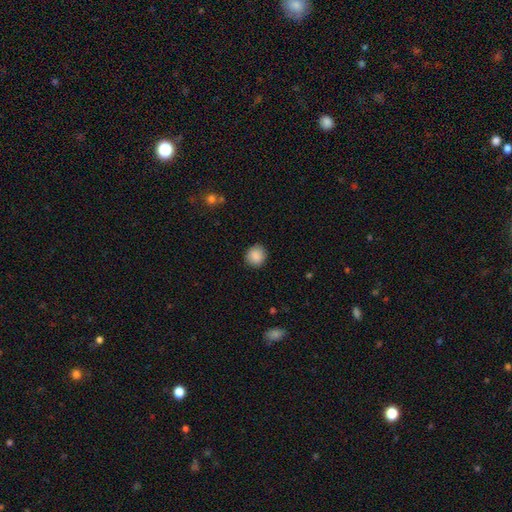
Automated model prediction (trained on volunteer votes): Smooth or featured? Predicted: smooth (p=0.88). How rounded? Predicted: round (p=0.89). Merging? Predicted: none (p=0.90).